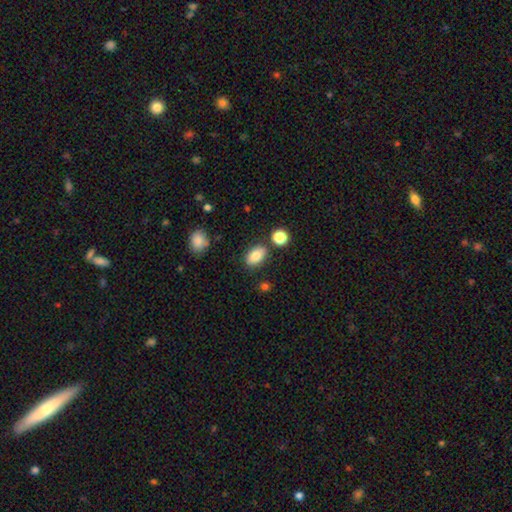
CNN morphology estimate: Overall: smooth (82%). How rounded: in between (88%). Merging: none (82%).